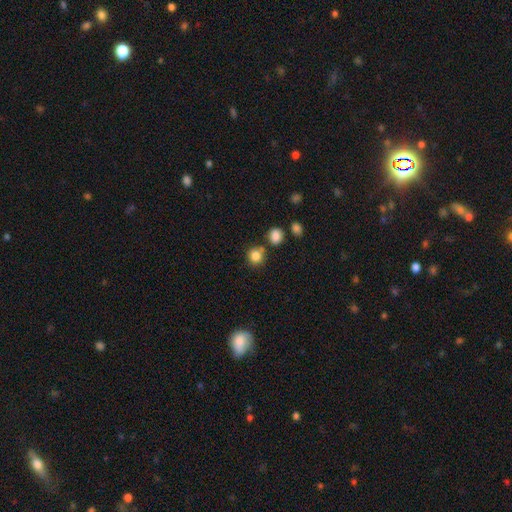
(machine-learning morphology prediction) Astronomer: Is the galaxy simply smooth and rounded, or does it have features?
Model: smooth — 84%.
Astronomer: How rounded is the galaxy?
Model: round — 85%.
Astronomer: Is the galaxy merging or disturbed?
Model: none — 71%.